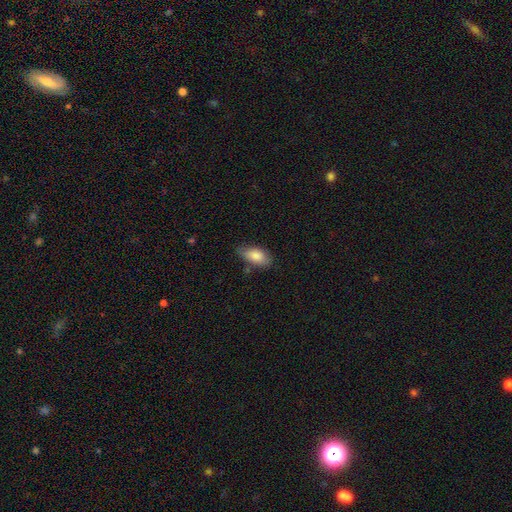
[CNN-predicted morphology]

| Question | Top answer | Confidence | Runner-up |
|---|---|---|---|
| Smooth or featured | smooth | 83% | featured or disk (10%) |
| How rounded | in between | 90% | cigar-shaped (7%) |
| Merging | none | 68% | minor disturbance (25%) |